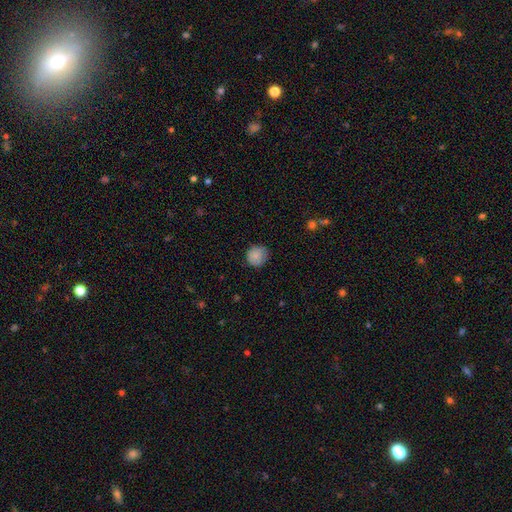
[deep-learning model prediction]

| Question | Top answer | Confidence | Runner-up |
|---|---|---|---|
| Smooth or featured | smooth | 84% | featured or disk (9%) |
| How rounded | round | 89% | in between (10%) |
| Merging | none | 79% | minor disturbance (17%) |